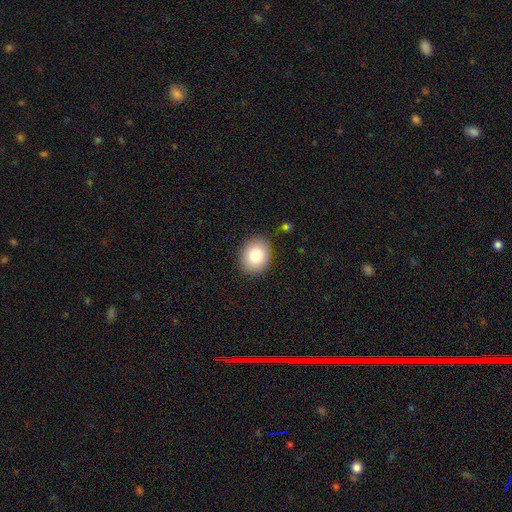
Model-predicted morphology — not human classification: Smooth or featured? smooth (81%)
How rounded? round (57%)
Merging? none (85%)